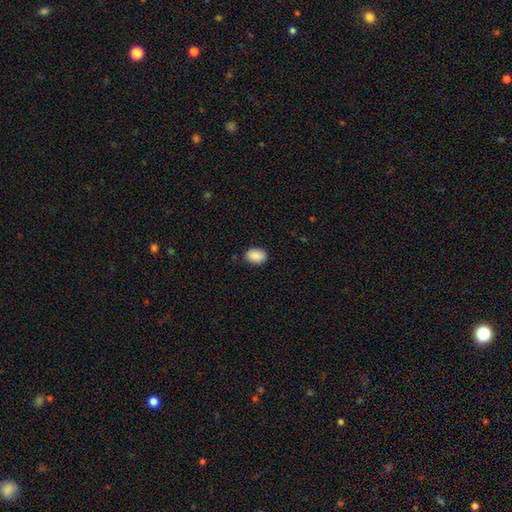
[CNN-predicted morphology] Overall: smooth (89%). How rounded: in between (78%). Merging: none (86%).